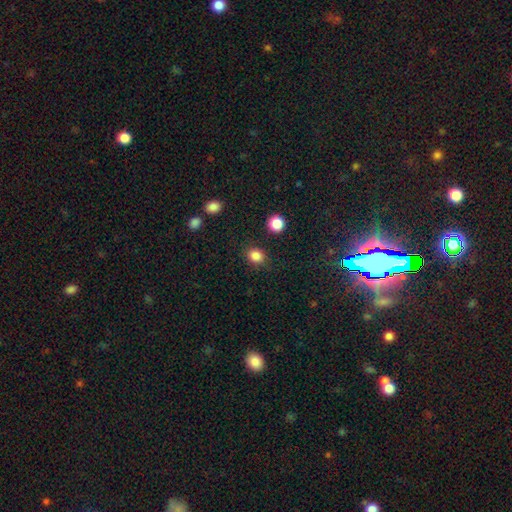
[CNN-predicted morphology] A smooth galaxy with no disk features (85%) that is round (68%).

Vote fractions:
- Smooth or featured? smooth: 85% / star or artifact: 11% / featured or disk: 4%
- How rounded? round: 68% / in between: 32% / cigar-shaped: 1%
- Merging? none: 84% / minor disturbance: 10% / major disturbance: 4% / merger: 2%